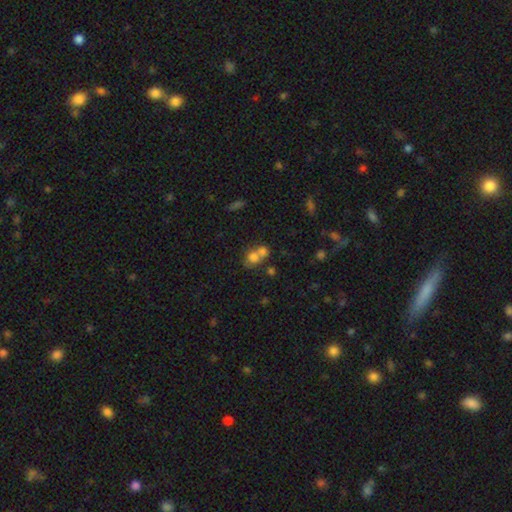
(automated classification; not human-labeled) Smooth or featured? smooth (72%)
How rounded? round (68%)
Merging? merger (57%)